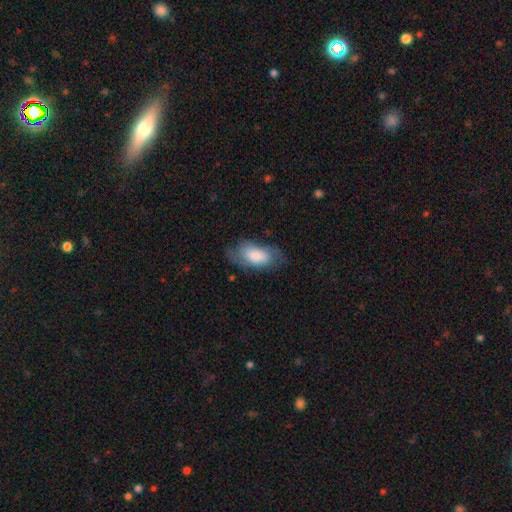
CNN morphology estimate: A smooth galaxy with no disk features (73%) that is in between round and cigar-shaped (91%).

Vote fractions:
- Smooth or featured? smooth: 73% / featured or disk: 21% / star or artifact: 6%
- How rounded? in between: 91% / cigar-shaped: 6% / round: 3%
- Merging? none: 65% / minor disturbance: 23% / major disturbance: 11% / merger: 1%